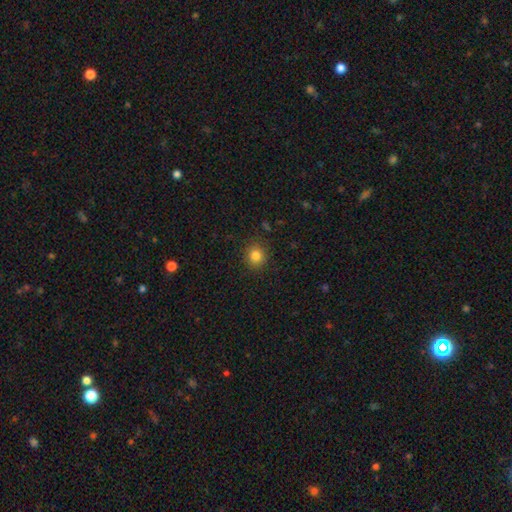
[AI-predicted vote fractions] A smooth galaxy with no disk features (83%) that is round (87%).

Vote fractions:
- Smooth or featured? smooth: 83% / star or artifact: 12% / featured or disk: 5%
- How rounded? round: 87% / in between: 12% / cigar-shaped: 1%
- Merging? none: 88% / minor disturbance: 8% / major disturbance: 3% / merger: 1%